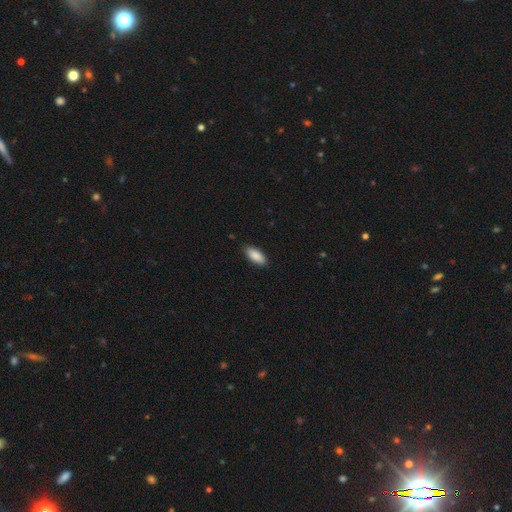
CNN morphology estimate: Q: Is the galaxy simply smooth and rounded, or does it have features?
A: smooth — 89%.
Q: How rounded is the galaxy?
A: in between — 84%.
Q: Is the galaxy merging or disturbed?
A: none — 87%.